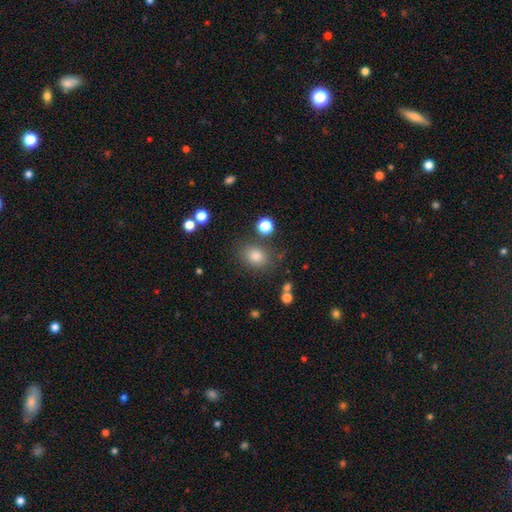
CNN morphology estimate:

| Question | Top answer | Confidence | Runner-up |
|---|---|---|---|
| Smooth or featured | smooth | 80% | star or artifact (13%) |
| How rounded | in between | 56% | round (43%) |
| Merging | none | 76% | minor disturbance (14%) |